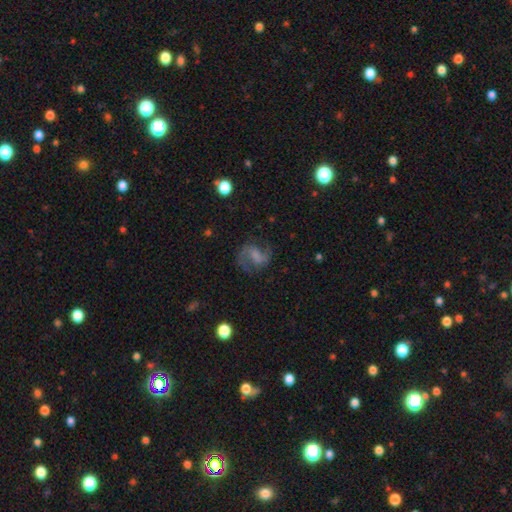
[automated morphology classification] Smooth or featured? Predicted: featured or disk (p=0.70). Edge-on disk? Predicted: no (p=0.98). Bar? Predicted: weak (p=0.50). Spiral arms? Predicted: yes (p=0.92). Spiral winding? Predicted: medium (p=0.52). Spiral arm count? Predicted: 2 (p=0.88). Bulge size? Predicted: none (p=0.36). Merging? Predicted: none (p=0.68).